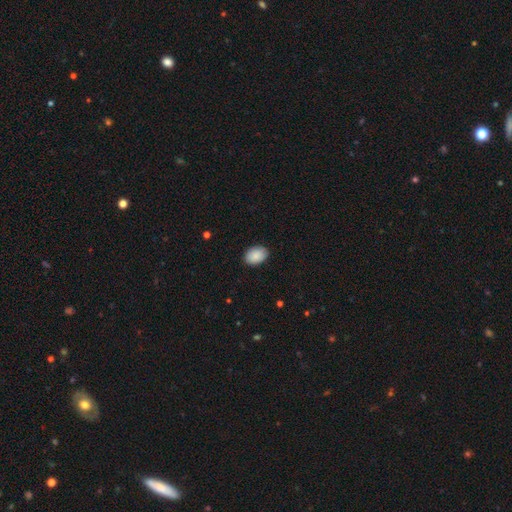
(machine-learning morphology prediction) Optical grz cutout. It shows a smooth galaxy with no disk features (89%) that is in between round and cigar-shaped (82%). Merging: none (87%).